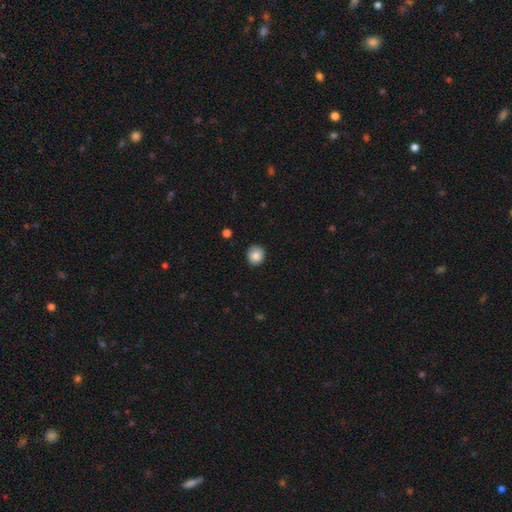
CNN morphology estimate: Overall: smooth (85%). How rounded: round (90%). Merging: none (86%).